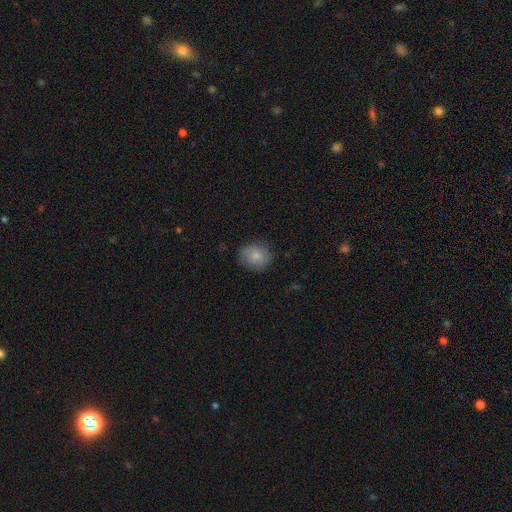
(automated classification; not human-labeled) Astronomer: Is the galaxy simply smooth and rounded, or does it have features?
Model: smooth — 81%.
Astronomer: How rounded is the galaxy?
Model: round — 67%.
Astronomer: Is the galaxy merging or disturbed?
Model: none — 81%.